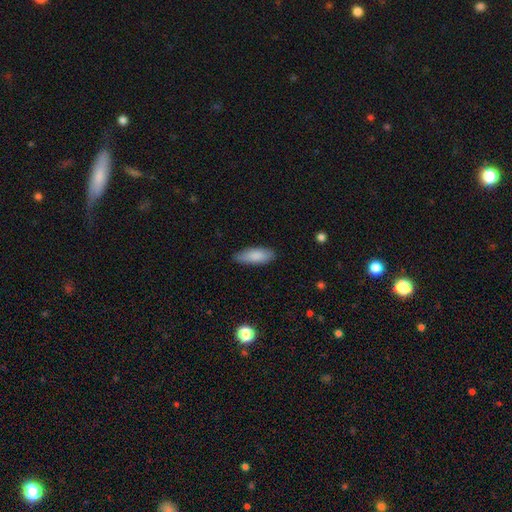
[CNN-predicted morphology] A smooth galaxy with no disk features (86%) that is in between round and cigar-shaped (69%).

Vote fractions:
- Smooth or featured? smooth: 86% / featured or disk: 8% / star or artifact: 6%
- How rounded? in between: 69% / cigar-shaped: 29% / round: 2%
- Merging? none: 82% / minor disturbance: 15% / major disturbance: 2% / merger: 1%